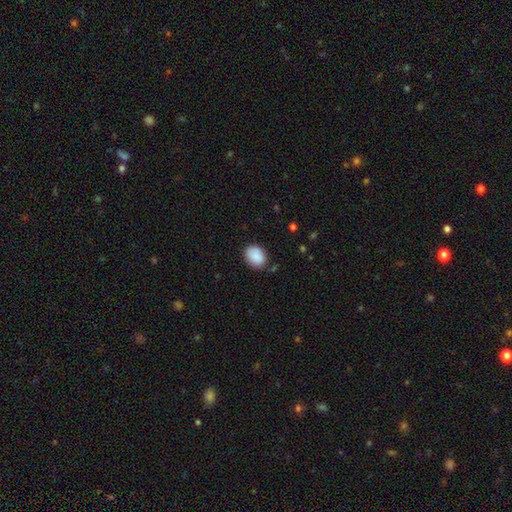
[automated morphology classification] type=smooth (88%); roundness=in between (61%); merging=none (77%).